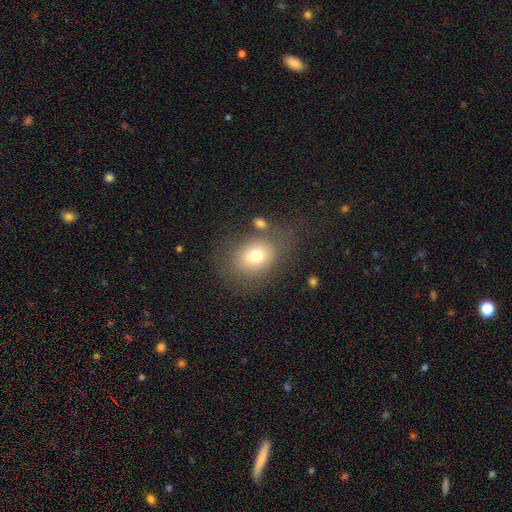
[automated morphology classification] This appears to be a smooth galaxy with no disk features (74%) that is round (50%). Merging: none (65%).